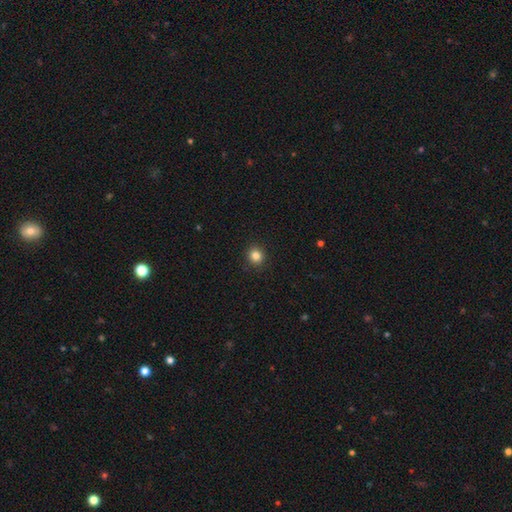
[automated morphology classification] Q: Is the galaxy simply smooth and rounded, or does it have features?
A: smooth — 83%.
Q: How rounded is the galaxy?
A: round — 91%.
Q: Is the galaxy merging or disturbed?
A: none — 93%.